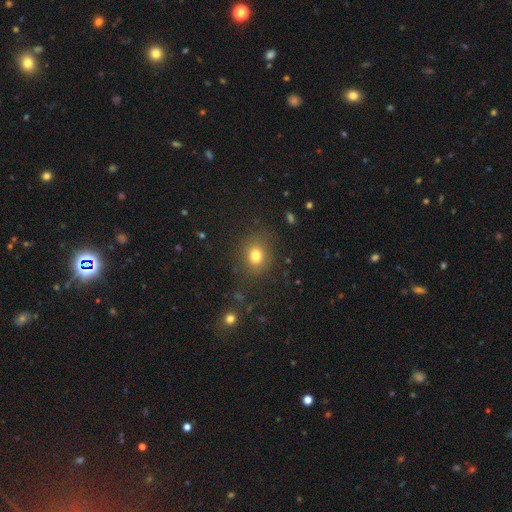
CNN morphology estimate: smooth_or_featured: smooth (p=0.78) [alt: star or artifact p=0.14]
how_rounded: round (p=0.67) [alt: in between p=0.32]
merging: none (p=0.84) [alt: minor disturbance p=0.10]